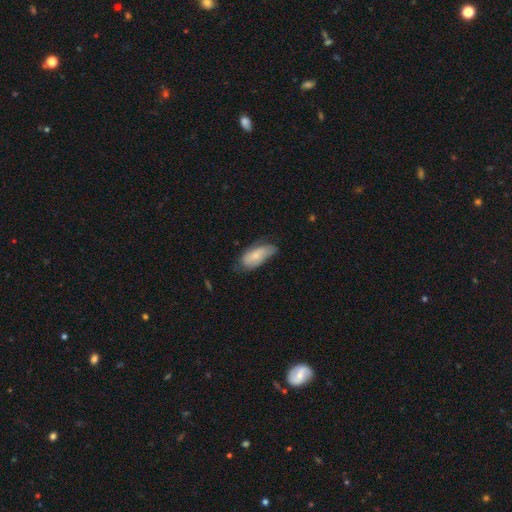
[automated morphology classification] Smooth or featured? smooth (68%)
How rounded? in between (87%)
Merging? none (48%)